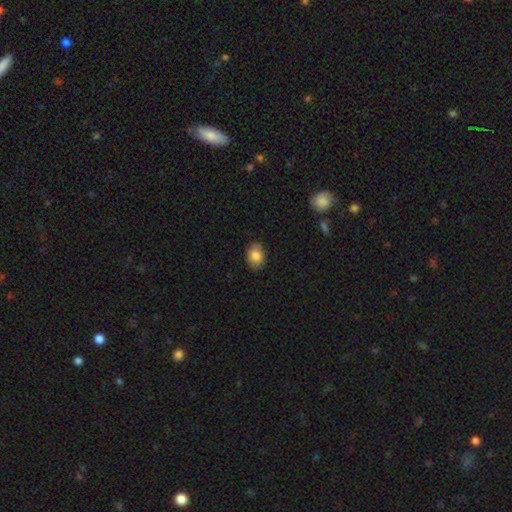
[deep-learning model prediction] smooth_or_featured: smooth (p=0.84) [alt: featured or disk p=0.09]
how_rounded: in between (p=0.75) [alt: round p=0.24]
merging: none (p=0.86) [alt: minor disturbance p=0.11]